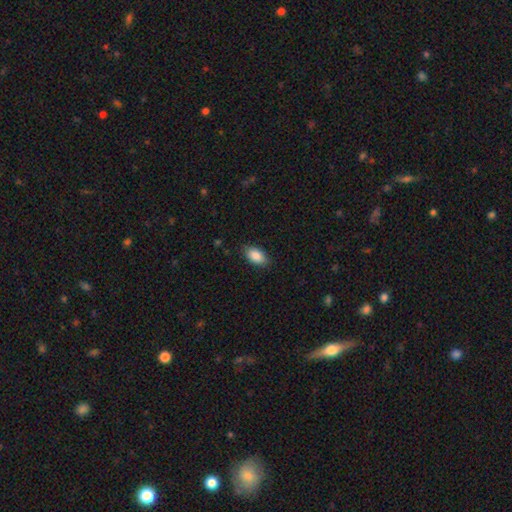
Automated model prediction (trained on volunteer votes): A smooth galaxy with no disk features (87%) that is in between round and cigar-shaped (92%).

Vote fractions:
- Smooth or featured? smooth: 87% / star or artifact: 7% / featured or disk: 6%
- How rounded? in between: 92% / round: 5% / cigar-shaped: 3%
- Merging? none: 84% / minor disturbance: 12% / major disturbance: 3% / merger: 1%